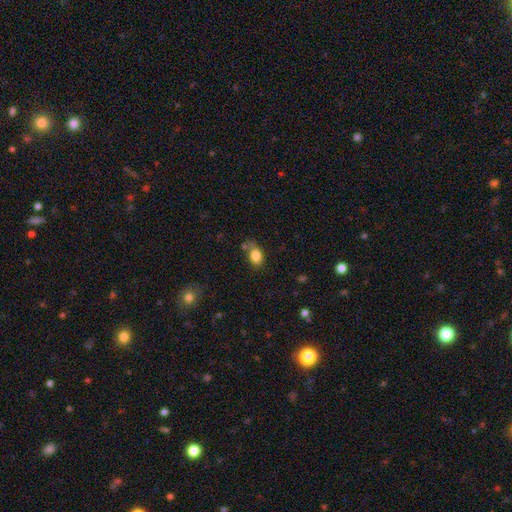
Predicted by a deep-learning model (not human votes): Overall: smooth (84%). How rounded: in between (75%). Merging: none (63%).